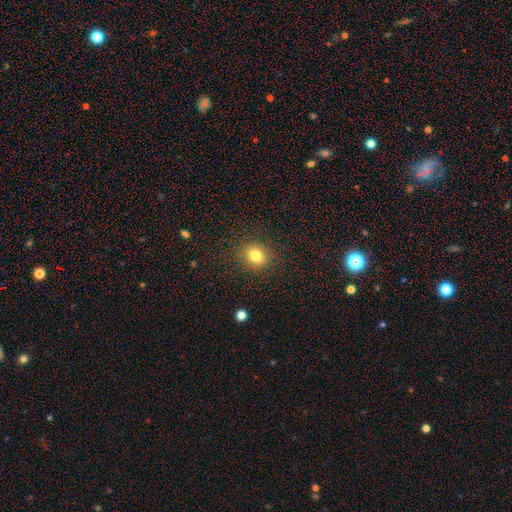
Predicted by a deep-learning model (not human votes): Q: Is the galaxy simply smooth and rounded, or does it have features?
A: smooth — 81%.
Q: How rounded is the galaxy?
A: round — 73%.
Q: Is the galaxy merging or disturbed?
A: none — 88%.